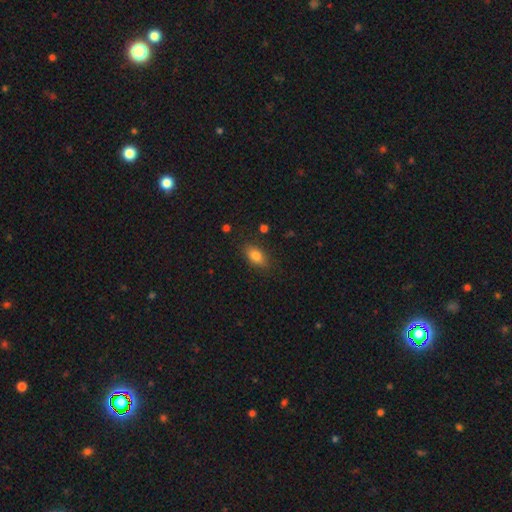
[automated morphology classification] Smooth or featured? Predicted: smooth (p=0.81). How rounded? Predicted: in between (p=0.85). Merging? Predicted: none (p=0.83).